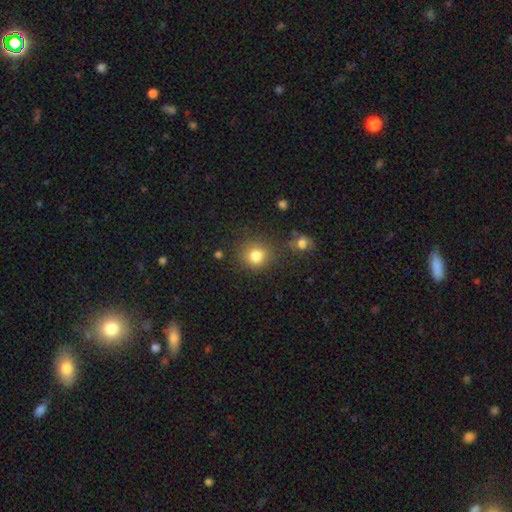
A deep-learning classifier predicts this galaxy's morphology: type=smooth (81%); roundness=round (89%); merging=none (81%).